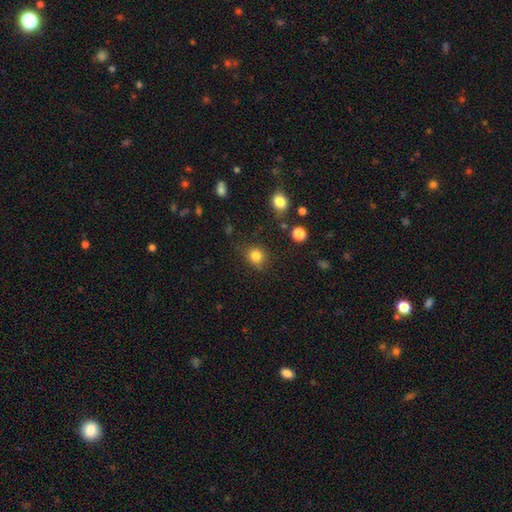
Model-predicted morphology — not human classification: smooth_or_featured: smooth (p=0.83) [alt: star or artifact p=0.12]
how_rounded: round (p=0.82) [alt: in between p=0.17]
merging: none (p=0.82) [alt: minor disturbance p=0.12]